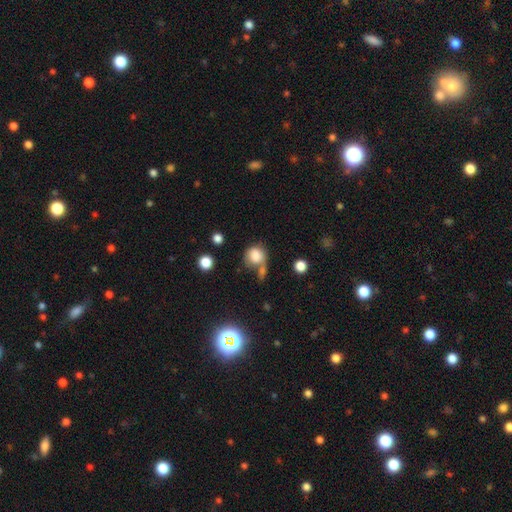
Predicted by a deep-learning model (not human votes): smooth 81%, star or artifact 10%, featured or disk 9%. Down the decision tree: how rounded — round (77%); merging — none (43%).